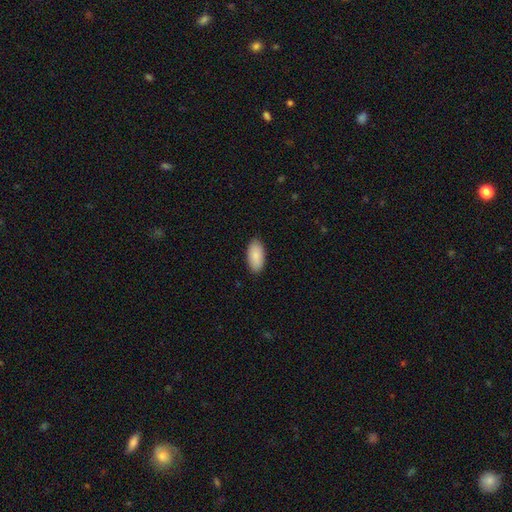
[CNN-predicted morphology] The model was most divided on "merging": none: 89%, minor disturbance: 9%, major disturbance: 2%, merger: 1%. More confident: how rounded — in between (94%); smooth or featured — smooth (89%).